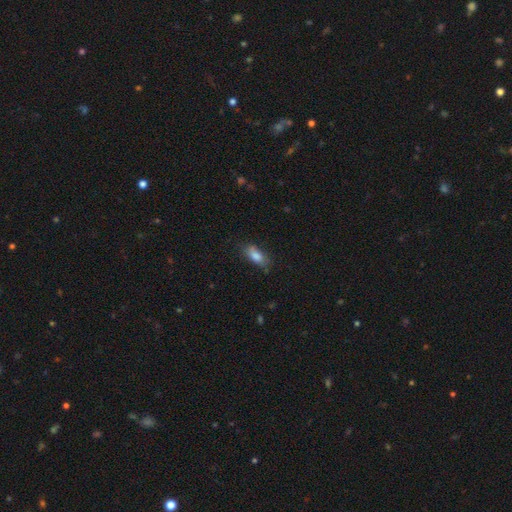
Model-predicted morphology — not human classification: type=smooth (82%); roundness=in between (81%); merging=none (70%).